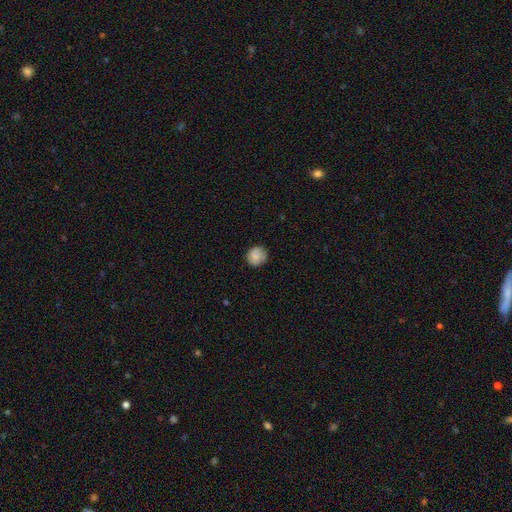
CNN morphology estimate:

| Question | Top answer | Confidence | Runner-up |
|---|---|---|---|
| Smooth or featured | smooth | 80% | featured or disk (12%) |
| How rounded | round | 88% | in between (11%) |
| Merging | none | 80% | minor disturbance (15%) |